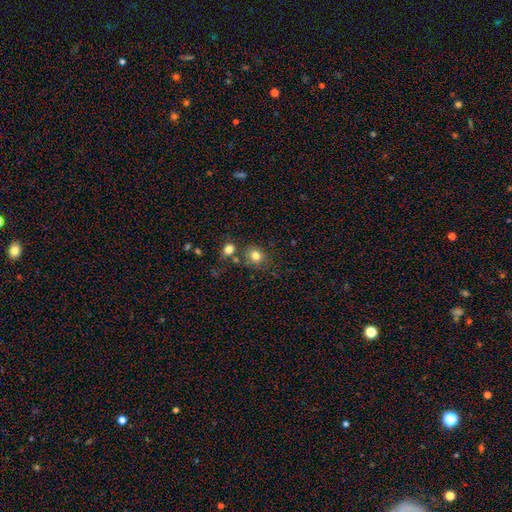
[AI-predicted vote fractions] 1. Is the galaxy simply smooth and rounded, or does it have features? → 79% smooth, 12% star or artifact, 9% featured or disk.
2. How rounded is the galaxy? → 72% round, 27% in between, 1% cigar-shaped.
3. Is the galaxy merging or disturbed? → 68% none, 15% merger, 12% minor disturbance, 5% major disturbance.